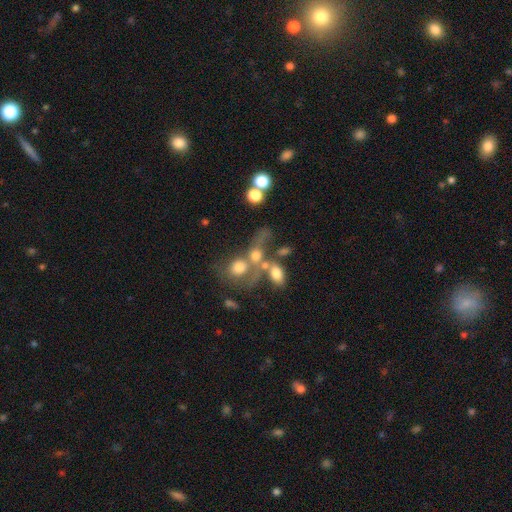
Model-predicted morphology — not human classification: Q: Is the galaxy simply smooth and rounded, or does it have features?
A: smooth — 56%.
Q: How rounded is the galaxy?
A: round — 50%.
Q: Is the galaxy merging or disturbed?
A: merger — 56%.